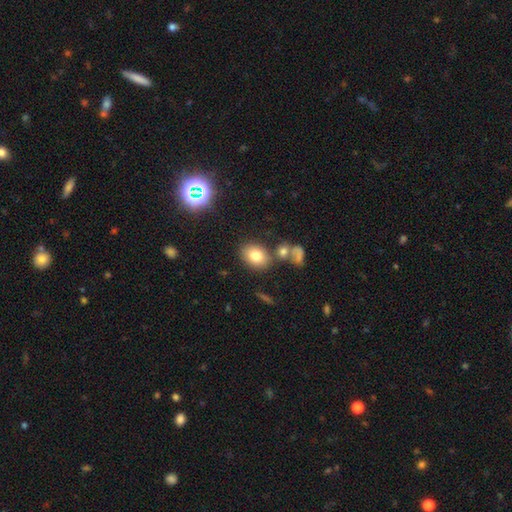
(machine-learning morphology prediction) The model was most divided on "how rounded": in between: 61%, round: 37%, cigar-shaped: 1%. More confident: smooth or featured — smooth (77%); merging — none (73%).